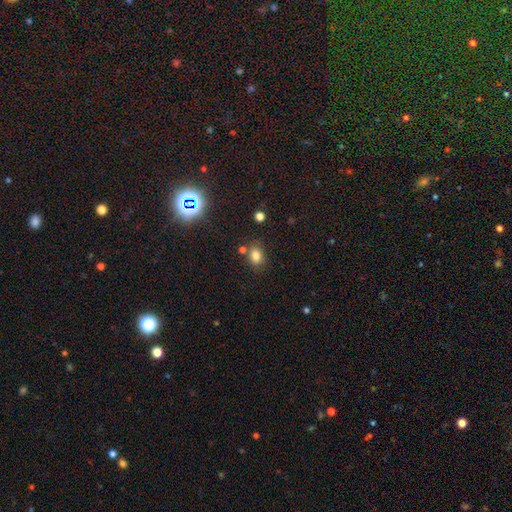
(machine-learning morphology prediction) This appears to be a smooth galaxy with no disk features (79%) that is in between round and cigar-shaped (59%). Merging: none (74%).